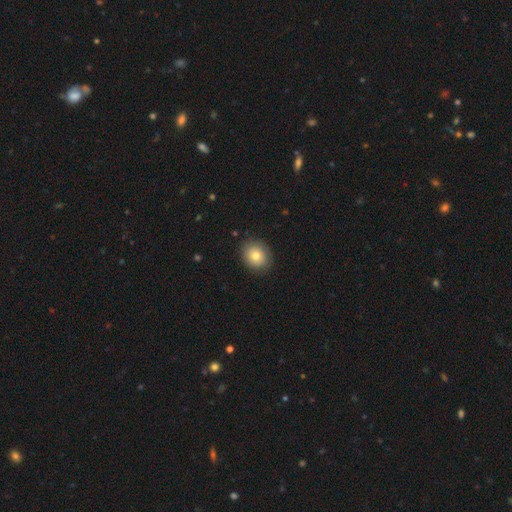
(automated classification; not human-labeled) smooth 80%, featured or disk 11%, star or artifact 9%. Down the decision tree: how rounded — round (63%); merging — none (87%).